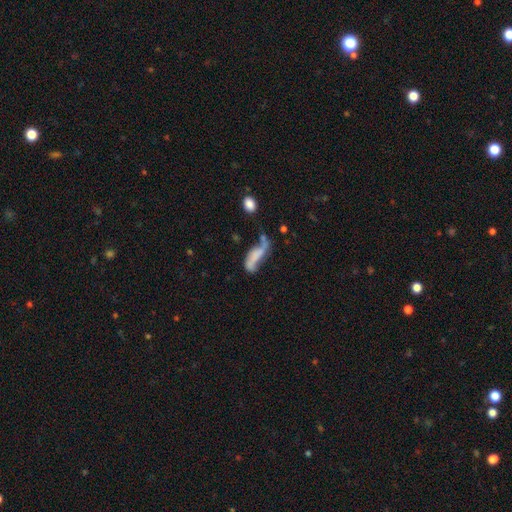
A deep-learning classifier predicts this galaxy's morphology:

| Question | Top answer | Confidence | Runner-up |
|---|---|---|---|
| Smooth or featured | featured or disk | 49% | smooth (41%) |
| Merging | none | 30% | major disturbance (29%) |